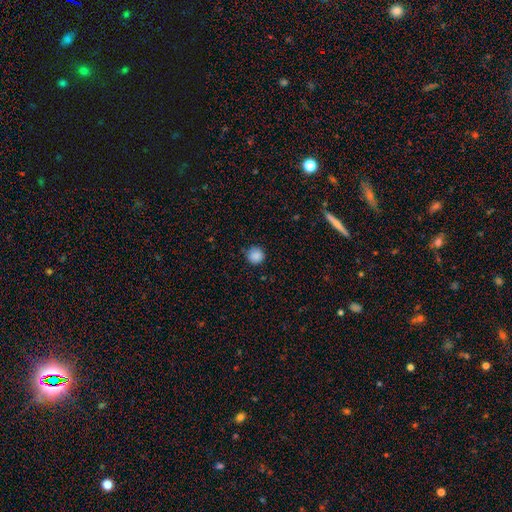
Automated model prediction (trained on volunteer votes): A smooth galaxy with no disk features (87%) that is round (94%). Merging: none (85%).